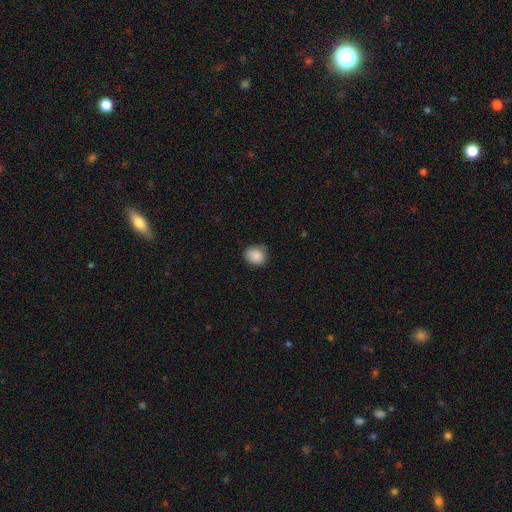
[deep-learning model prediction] Smooth or featured? Predicted: smooth (p=0.88). How rounded? Predicted: round (p=0.66). Merging? Predicted: none (p=0.78).